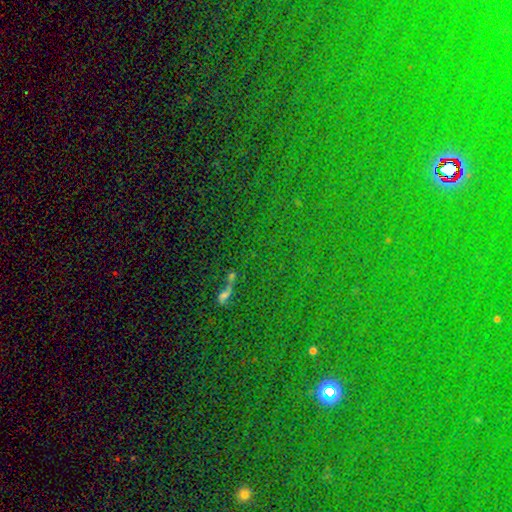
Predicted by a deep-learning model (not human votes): Smooth or featured? Predicted: star or artifact (p=0.76).